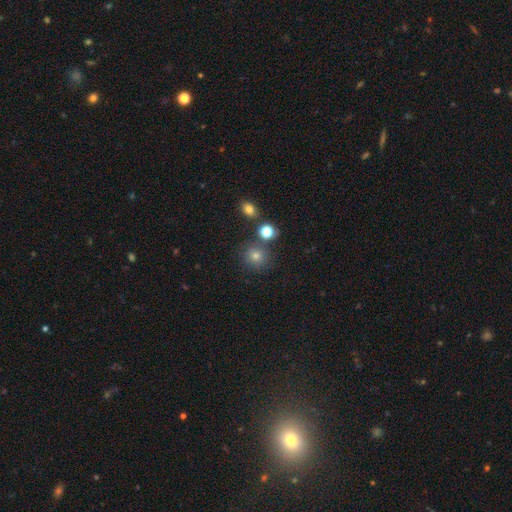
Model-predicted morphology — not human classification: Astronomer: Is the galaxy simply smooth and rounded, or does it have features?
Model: smooth — 74%.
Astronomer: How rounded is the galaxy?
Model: round — 89%.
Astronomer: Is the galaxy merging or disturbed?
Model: none — 77%.